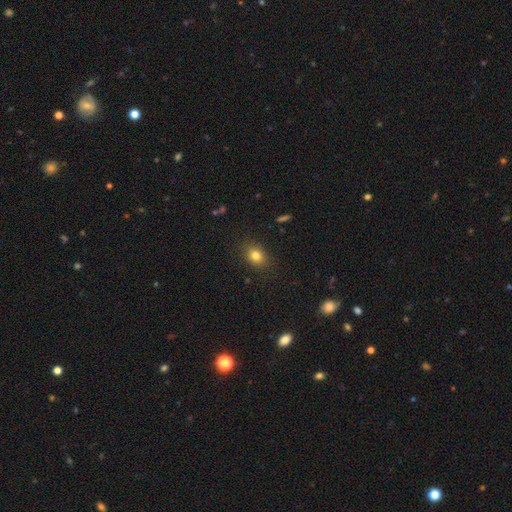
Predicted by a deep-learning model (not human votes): A smooth galaxy with no disk features (80%) that is in between round and cigar-shaped (53%). Merging: none (87%).